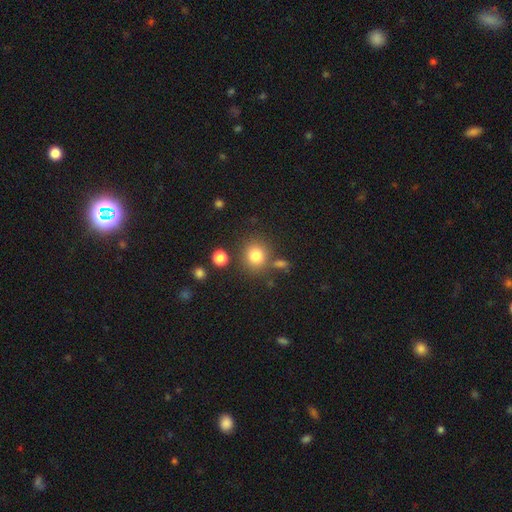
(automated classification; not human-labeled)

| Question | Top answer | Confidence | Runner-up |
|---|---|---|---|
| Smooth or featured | smooth | 81% | star or artifact (12%) |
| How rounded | round | 87% | in between (12%) |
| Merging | none | 78% | minor disturbance (10%) |